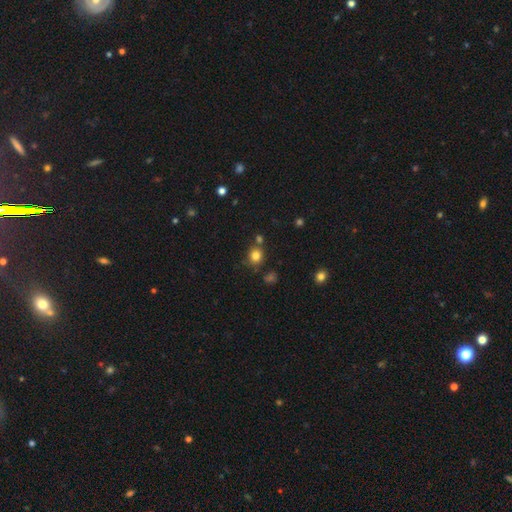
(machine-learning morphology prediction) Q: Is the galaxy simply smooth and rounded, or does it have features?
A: smooth — 80%.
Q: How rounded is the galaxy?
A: round — 81%.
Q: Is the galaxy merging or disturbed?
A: none — 75%.